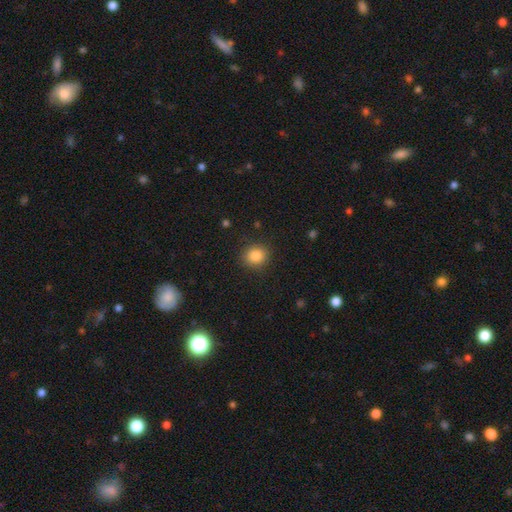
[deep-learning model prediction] Smooth or featured? Predicted: smooth (p=0.84). How rounded? Predicted: round (p=0.78). Merging? Predicted: none (p=0.89).